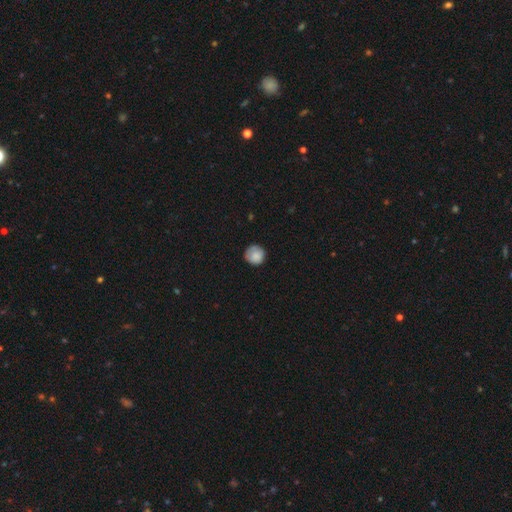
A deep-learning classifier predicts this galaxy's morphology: smooth 83%, featured or disk 9%, star or artifact 8%. Down the decision tree: how rounded — round (91%); merging — none (77%).